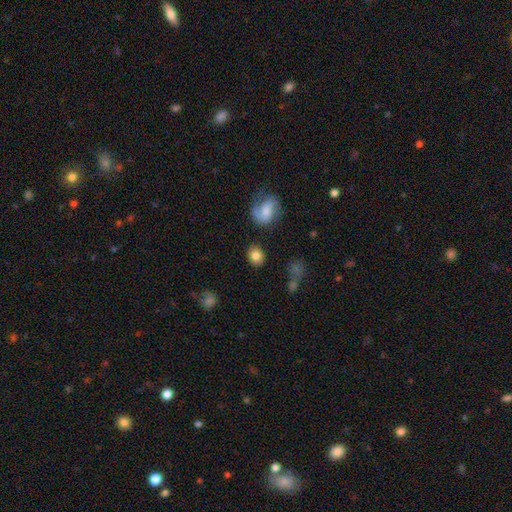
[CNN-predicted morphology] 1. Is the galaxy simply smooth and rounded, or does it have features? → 80% smooth, 11% featured or disk, 9% star or artifact.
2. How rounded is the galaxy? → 57% round, 42% in between, 1% cigar-shaped.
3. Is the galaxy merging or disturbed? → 84% none, 9% minor disturbance, 4% major disturbance, 3% merger.